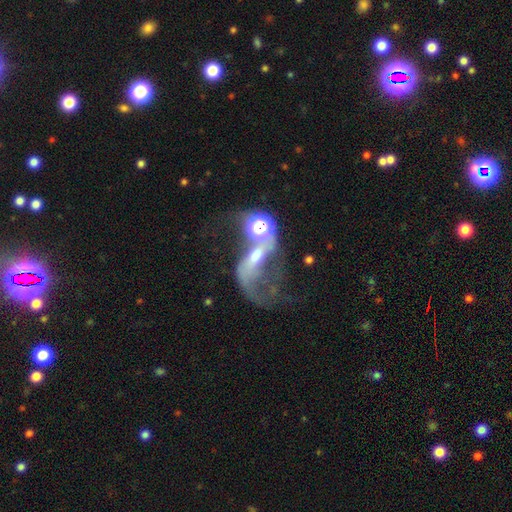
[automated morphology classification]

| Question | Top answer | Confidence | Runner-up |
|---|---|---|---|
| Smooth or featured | featured or disk | 54% | smooth (29%) |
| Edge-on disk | no | 90% | yes (10%) |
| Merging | merger | 45% | major disturbance (34%) |